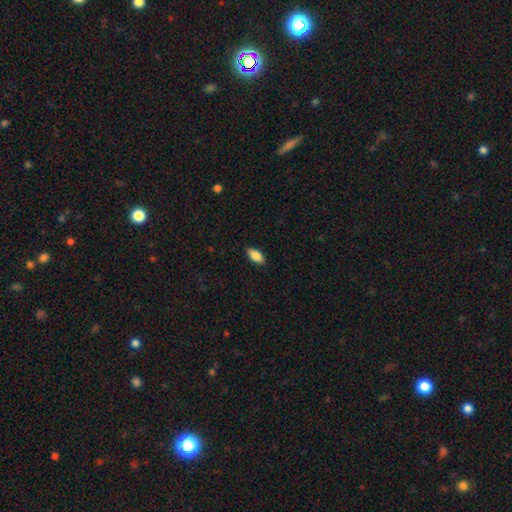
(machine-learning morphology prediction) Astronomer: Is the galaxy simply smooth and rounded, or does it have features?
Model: smooth — 83%.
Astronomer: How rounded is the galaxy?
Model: in between — 89%.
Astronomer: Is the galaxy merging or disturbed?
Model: none — 87%.